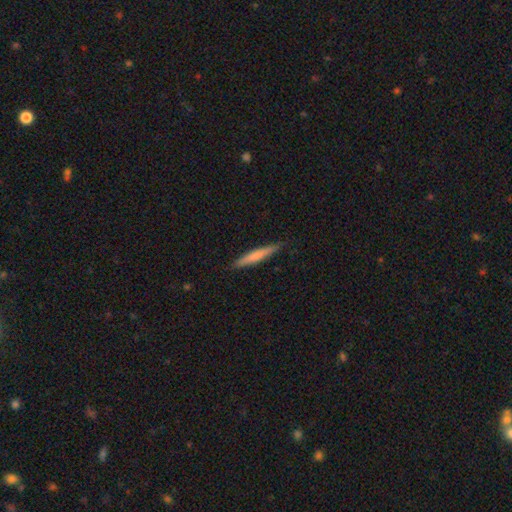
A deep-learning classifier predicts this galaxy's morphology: A smooth galaxy with no disk features (66%) that is cigar-shaped (95%).

Vote fractions:
- Smooth or featured? smooth: 66% / featured or disk: 28% / star or artifact: 6%
- How rounded? cigar-shaped: 95% / in between: 4% / round: 1%
- Merging? none: 88% / minor disturbance: 10% / major disturbance: 2% / merger: 1%